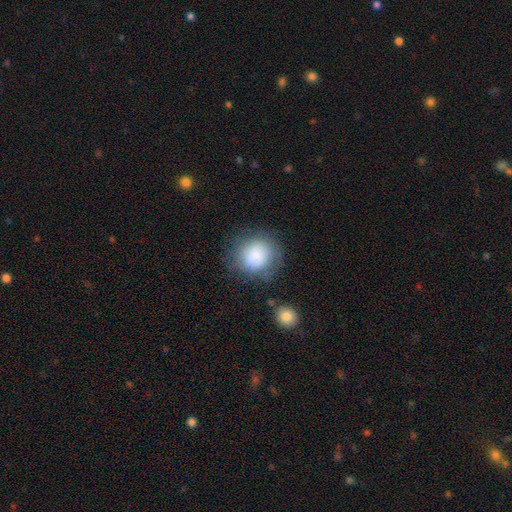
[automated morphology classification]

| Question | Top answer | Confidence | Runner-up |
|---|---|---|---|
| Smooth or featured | smooth | 84% | featured or disk (9%) |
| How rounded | round | 86% | in between (13%) |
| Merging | none | 69% | minor disturbance (18%) |